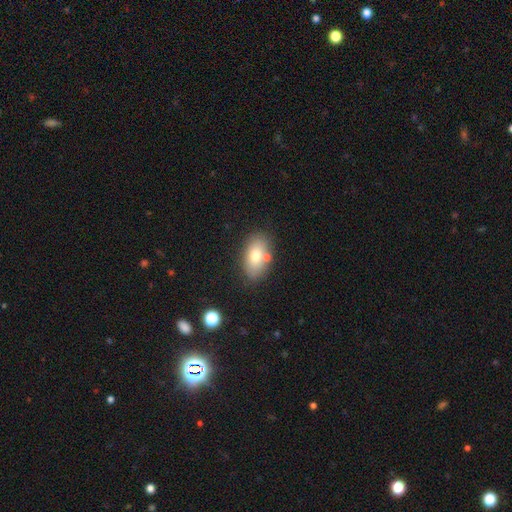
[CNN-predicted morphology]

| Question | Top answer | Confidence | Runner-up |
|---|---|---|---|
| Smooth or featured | smooth | 72% | featured or disk (19%) |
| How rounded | in between | 90% | round (7%) |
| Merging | none | 72% | minor disturbance (13%) |